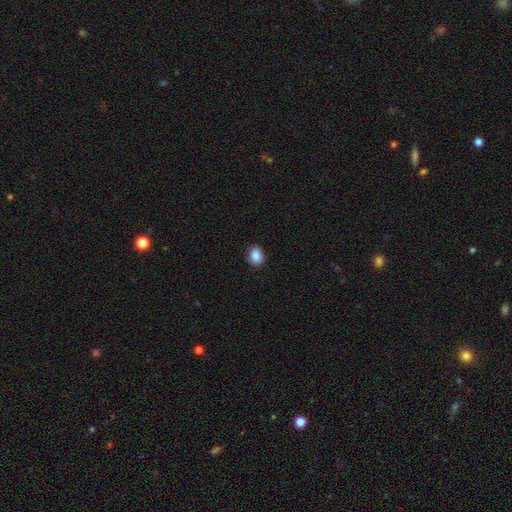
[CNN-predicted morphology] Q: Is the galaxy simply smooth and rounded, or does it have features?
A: smooth — 87%.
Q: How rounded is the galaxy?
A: round — 57%.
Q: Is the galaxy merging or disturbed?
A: none — 89%.